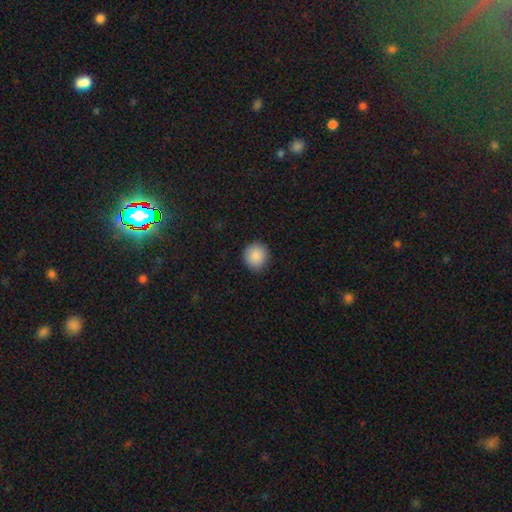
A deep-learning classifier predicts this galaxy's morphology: Smooth or featured? Predicted: smooth (p=0.89). How rounded? Predicted: round (p=0.90). Merging? Predicted: none (p=0.88).